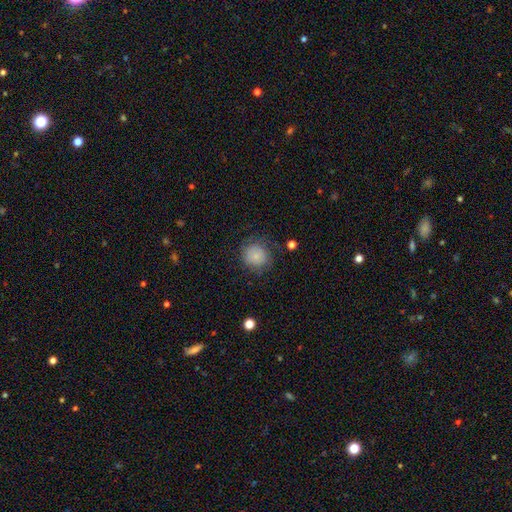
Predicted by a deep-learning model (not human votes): This is likely a smooth galaxy (77%). How rounded: clearly round (86%). Merging: likely none (71%).